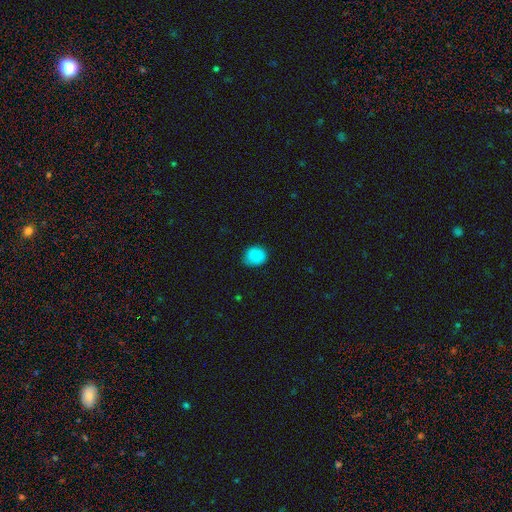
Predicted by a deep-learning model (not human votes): Smooth or featured? Predicted: smooth (p=0.87). How rounded? Predicted: round (p=0.68). Merging? Predicted: none (p=0.77).